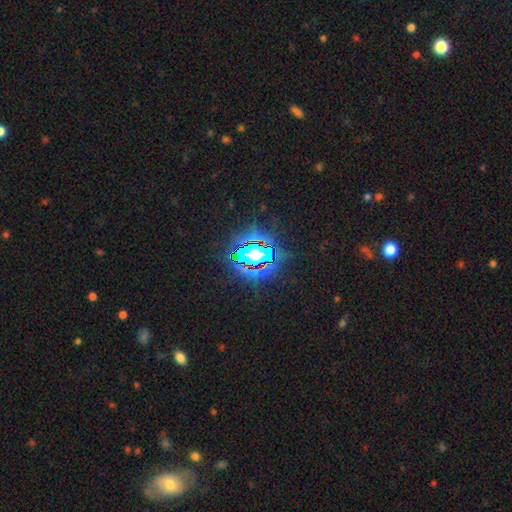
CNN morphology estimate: A star or artifact, not a galaxy (83%).

Vote fractions:
- Smooth or featured? star or artifact: 83% / smooth: 10% / featured or disk: 8%